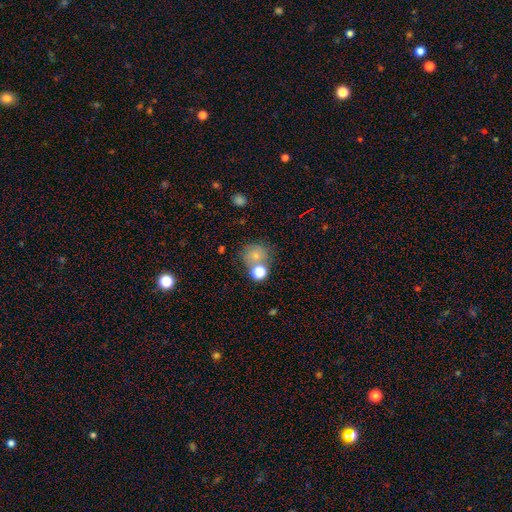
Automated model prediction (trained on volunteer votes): Smooth or featured?
  - smooth: 72% *
  - featured or disk: 14%
  - star or artifact: 14%
How rounded?
  - round: 81% *
  - in between: 18%
  - cigar-shaped: 1%
Merging?
  - none: 51% *
  - merger: 29%
  - minor disturbance: 14%
  - major disturbance: 7%